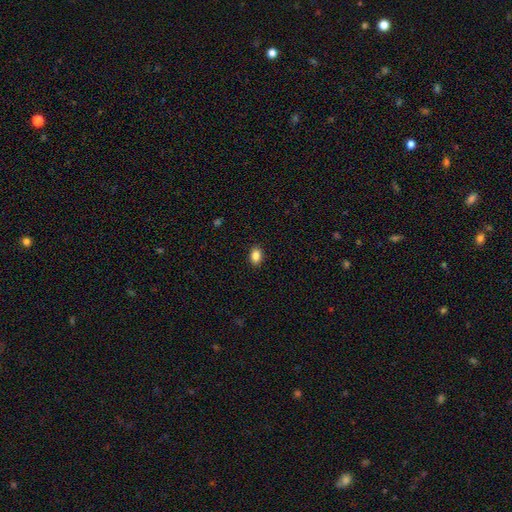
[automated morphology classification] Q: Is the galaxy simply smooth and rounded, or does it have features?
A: smooth — 86%.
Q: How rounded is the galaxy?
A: in between — 78%.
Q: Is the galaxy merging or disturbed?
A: none — 90%.